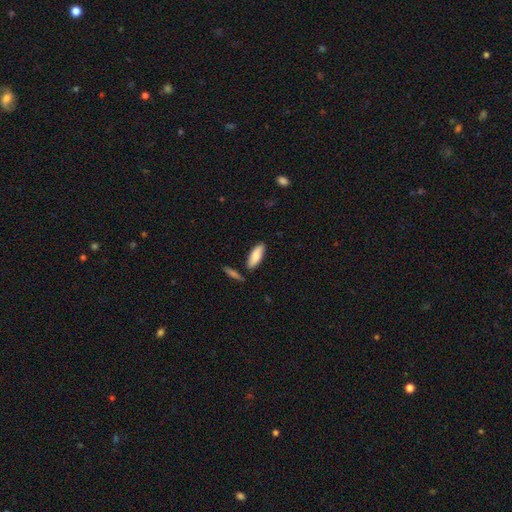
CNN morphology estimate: Smooth or featured? smooth (83%)
How rounded? in between (72%)
Merging? none (79%)